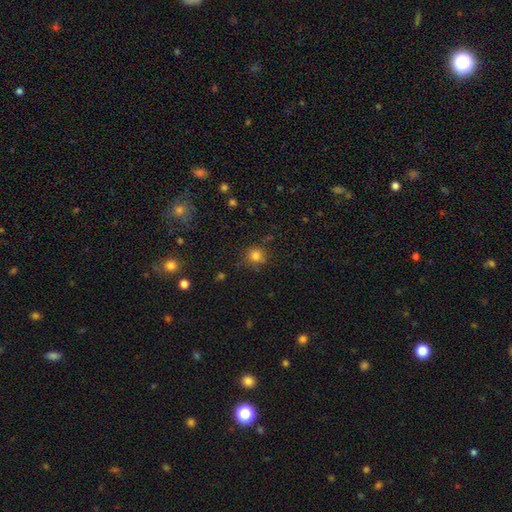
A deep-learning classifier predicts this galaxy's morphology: Smooth or featured: smooth — 79% (star or artifact — 15%)
How rounded: round — 90% (in between — 9%)
Merging: none — 79% (minor disturbance — 14%)